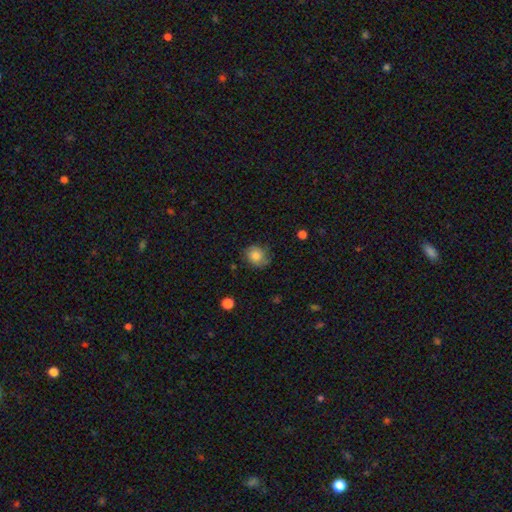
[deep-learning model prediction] A smooth galaxy with no disk features (70%) that is round (71%). Merging: none (69%).